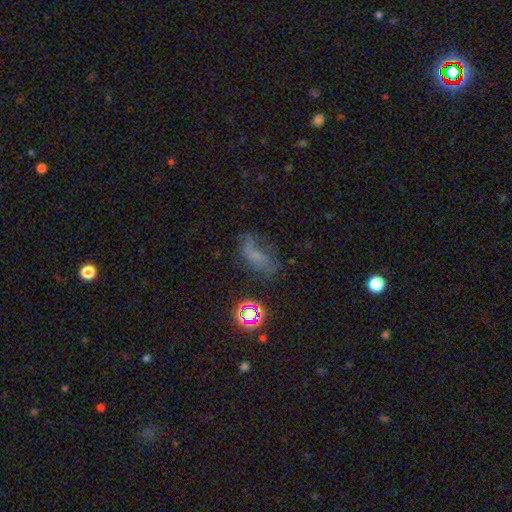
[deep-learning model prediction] This appears to be a smooth galaxy with no disk features (41%). Merging: none (39%).